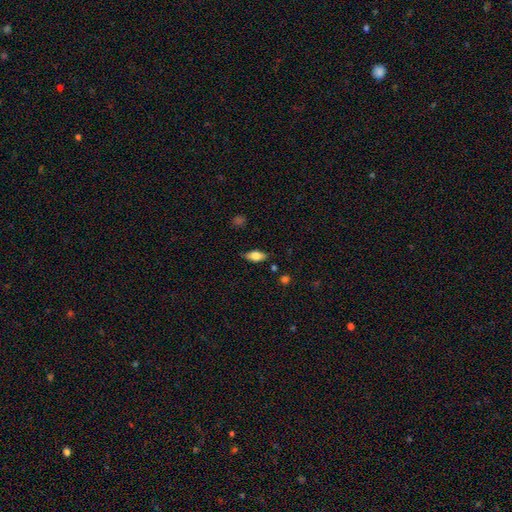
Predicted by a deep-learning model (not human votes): smooth-or-featured: smooth: 75% | featured or disk: 18% | star or artifact: 7%
  how-rounded: in between: 86% | cigar-shaped: 11% | round: 4%
  merging: none: 82% | minor disturbance: 14% | major disturbance: 3% | merger: 2%